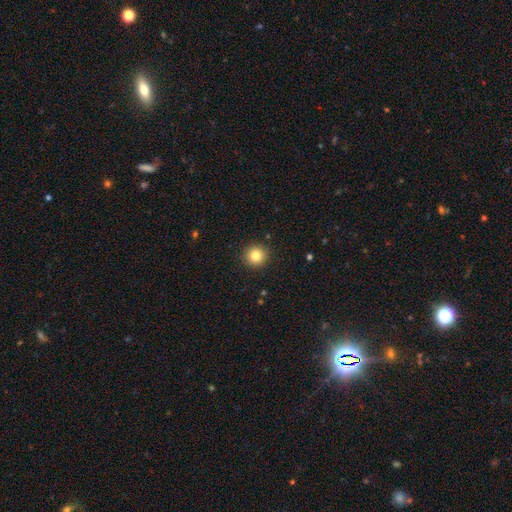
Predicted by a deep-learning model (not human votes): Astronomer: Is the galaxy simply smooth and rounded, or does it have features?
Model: smooth — 84%.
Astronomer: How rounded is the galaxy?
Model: round — 93%.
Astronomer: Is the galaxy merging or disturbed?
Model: none — 91%.